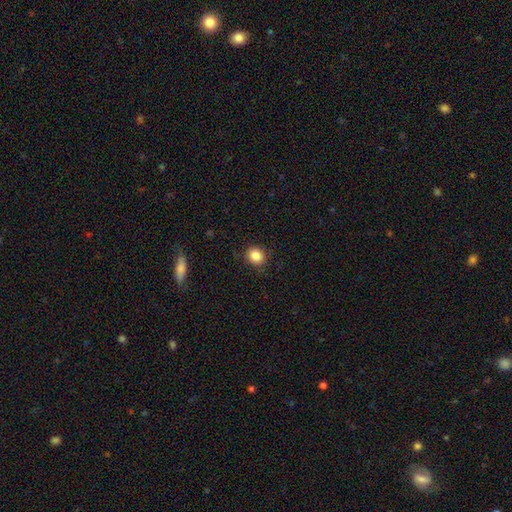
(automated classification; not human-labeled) This is clearly a smooth galaxy (86%). How rounded: likely round (74%). Merging: clearly none (87%).